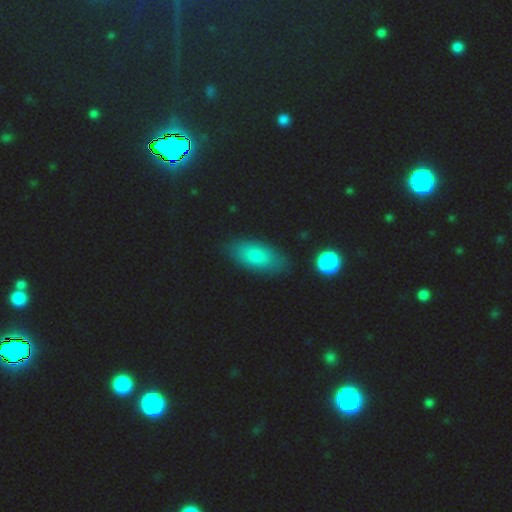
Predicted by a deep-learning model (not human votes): Smooth or featured? smooth (76%)
How rounded? in between (87%)
Merging? none (83%)